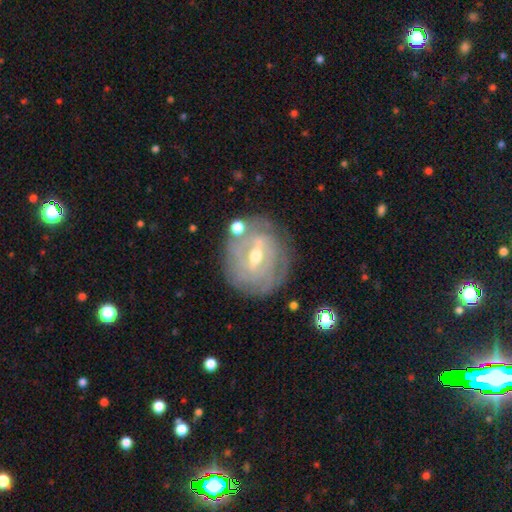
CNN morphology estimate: This appears to be a featured or disk galaxy (82%) with a weak bar (51%), tight (76%) spiral arms (84%) and a moderate central bulge (59%). Merging: none (77%).